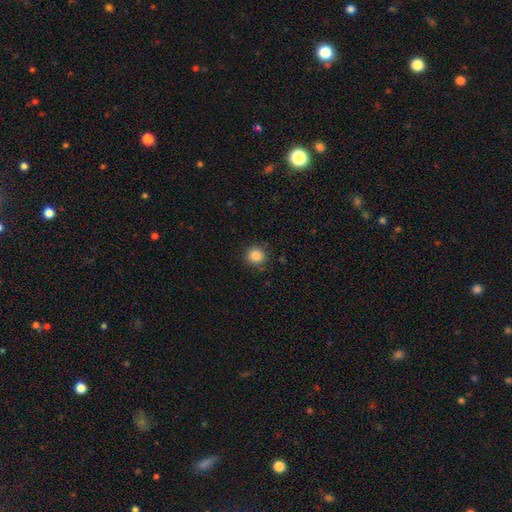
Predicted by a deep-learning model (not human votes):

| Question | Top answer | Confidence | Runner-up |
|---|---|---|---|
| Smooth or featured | smooth | 86% | star or artifact (10%) |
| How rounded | round | 93% | in between (6%) |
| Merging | none | 88% | minor disturbance (8%) |